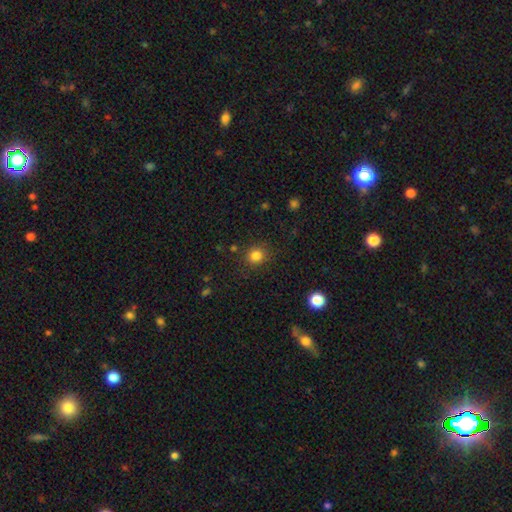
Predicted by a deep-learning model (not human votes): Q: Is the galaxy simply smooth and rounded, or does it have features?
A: smooth — 83%.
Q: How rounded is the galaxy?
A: round — 85%.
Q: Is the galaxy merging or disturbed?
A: none — 86%.